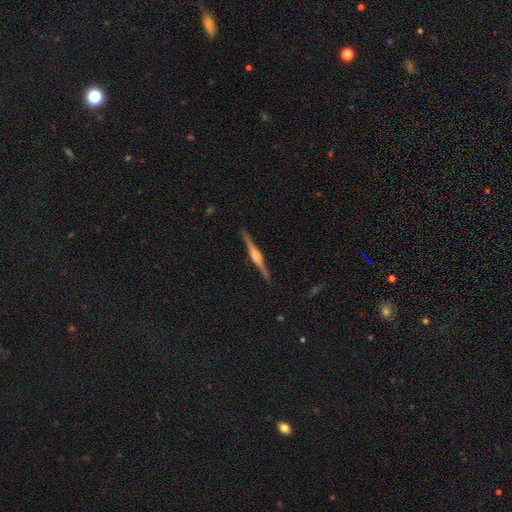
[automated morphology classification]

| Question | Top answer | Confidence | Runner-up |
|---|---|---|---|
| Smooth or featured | featured or disk | 84% | smooth (11%) |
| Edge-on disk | yes | 98% | no (2%) |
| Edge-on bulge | rounded | 81% | boxy (15%) |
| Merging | none | 91% | minor disturbance (6%) |